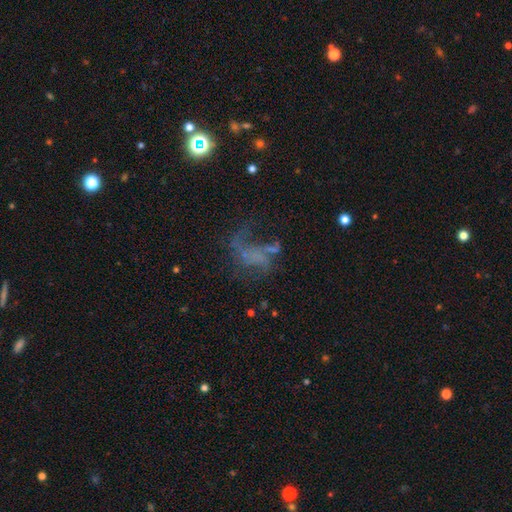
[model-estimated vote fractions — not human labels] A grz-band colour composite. It shows a featured or disk galaxy (52%) with no bar (79%), no spiral arms (60%) and no central bulge (76%). Merging: major disturbance (43%).